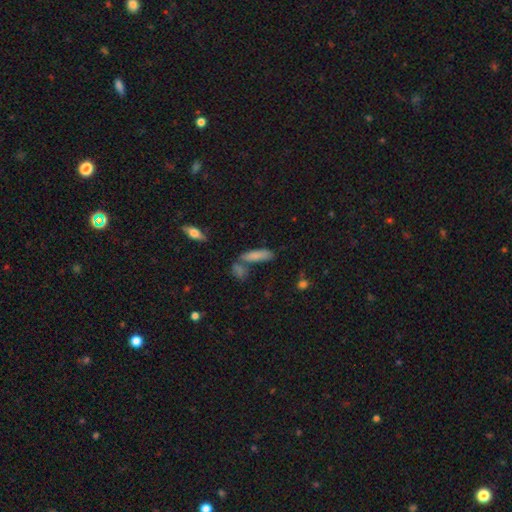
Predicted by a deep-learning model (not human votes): A smooth galaxy with no disk features (76%) that is cigar-shaped (56%). Merging: none (59%).